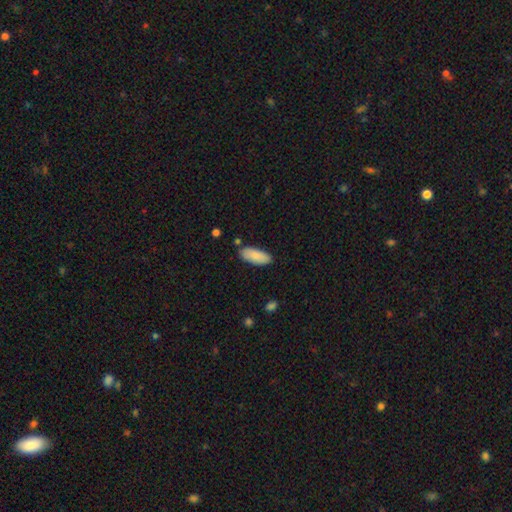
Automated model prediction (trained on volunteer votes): A smooth galaxy with no disk features (85%) that is in between round and cigar-shaped (84%). Merging: none (83%).